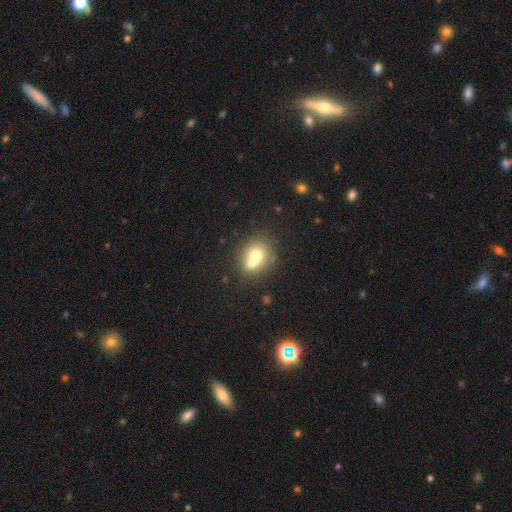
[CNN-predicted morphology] Q: Smooth or featured?
A: smooth (65%); runner-up: featured or disk (24%)
Q: How rounded?
A: round (68%); runner-up: in between (31%)
Q: Merging?
A: merger (59%); runner-up: none (30%)